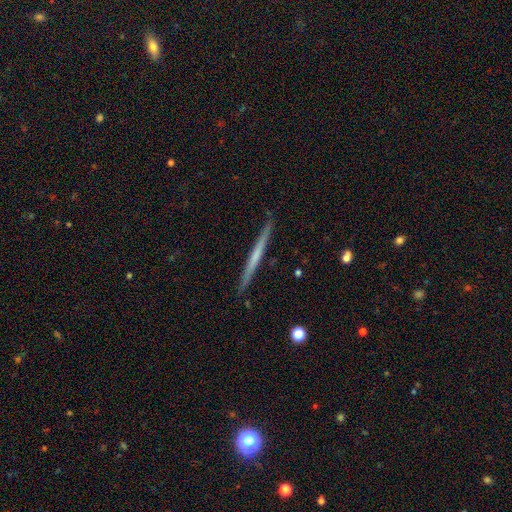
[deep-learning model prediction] Smooth or featured?
  - featured or disk: 53% *
  - smooth: 42%
  - star or artifact: 5%
Edge-on disk?
  - yes: 98% *
  - no: 2%
Edge-on bulge?
  - none: 84% *
  - rounded: 11%
  - boxy: 5%
Merging?
  - none: 90% *
  - minor disturbance: 7%
  - major disturbance: 1%
  - merger: 1%